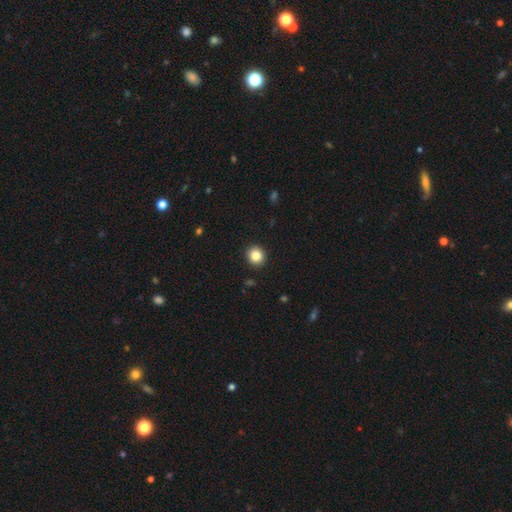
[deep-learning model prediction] A smooth galaxy with no disk features (84%) that is round (89%). Merging: none (92%).